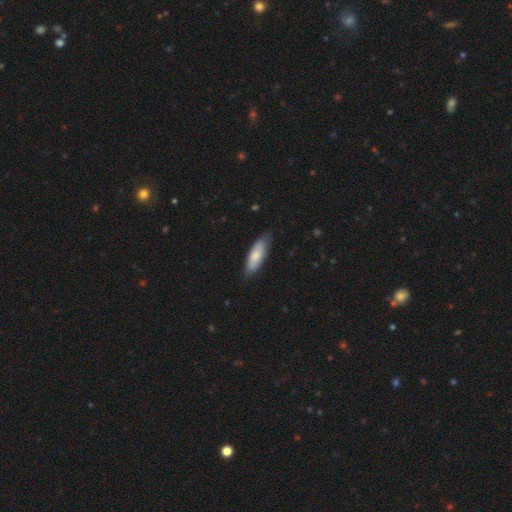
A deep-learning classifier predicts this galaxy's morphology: type=smooth (74%); roundness=in between (59%); merging=none (77%).